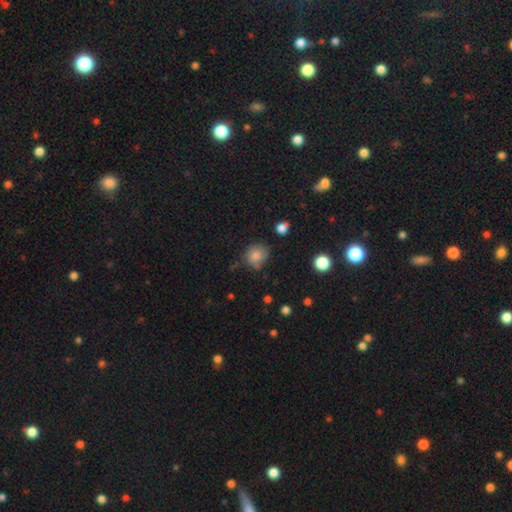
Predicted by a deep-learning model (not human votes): Q: Smooth or featured?
A: smooth (82%); runner-up: star or artifact (10%)
Q: How rounded?
A: round (78%); runner-up: in between (21%)
Q: Merging?
A: none (67%); runner-up: minor disturbance (24%)